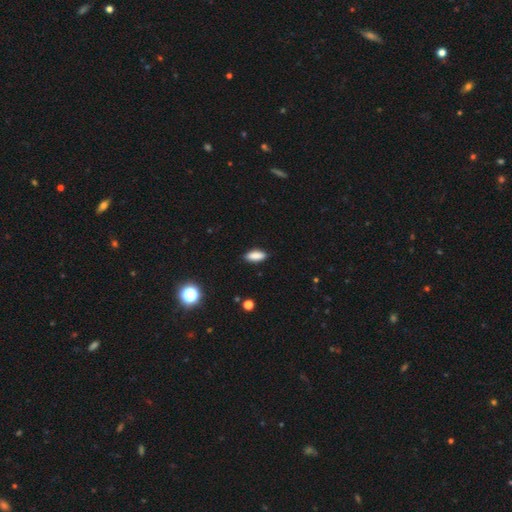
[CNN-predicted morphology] Overall: smooth (86%). How rounded: in between (78%). Merging: none (87%).